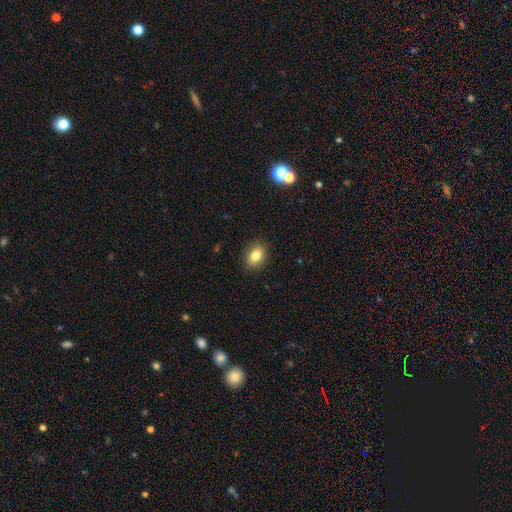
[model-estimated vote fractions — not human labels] Smooth or featured? Predicted: smooth (p=0.80). How rounded? Predicted: in between (p=0.72). Merging? Predicted: none (p=0.87).